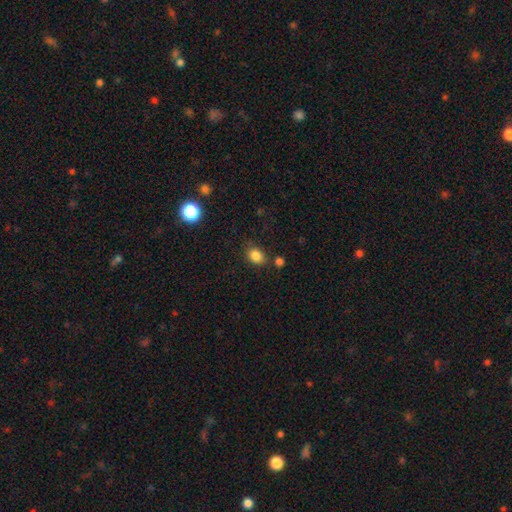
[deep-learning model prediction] The model was most divided on "how rounded": in between: 58%, round: 41%, cigar-shaped: 1%. More confident: smooth or featured — smooth (84%); merging — none (74%).